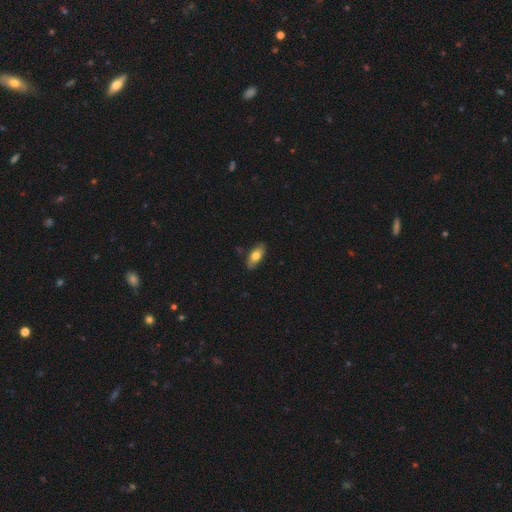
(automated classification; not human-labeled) smooth-or-featured: smooth: 70% | featured or disk: 24% | star or artifact: 6%
  how-rounded: in between: 85% | cigar-shaped: 12% | round: 3%
  merging: none: 83% | minor disturbance: 13% | major disturbance: 2% | merger: 1%